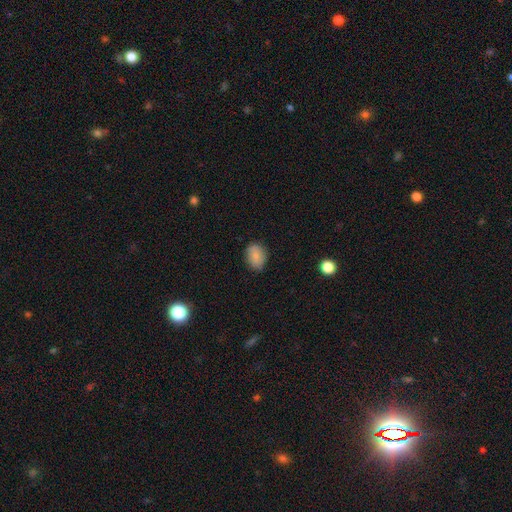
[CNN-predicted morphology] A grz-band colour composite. It shows a smooth galaxy with no disk features (83%) that is in between round and cigar-shaped (61%). Merging: none (80%).